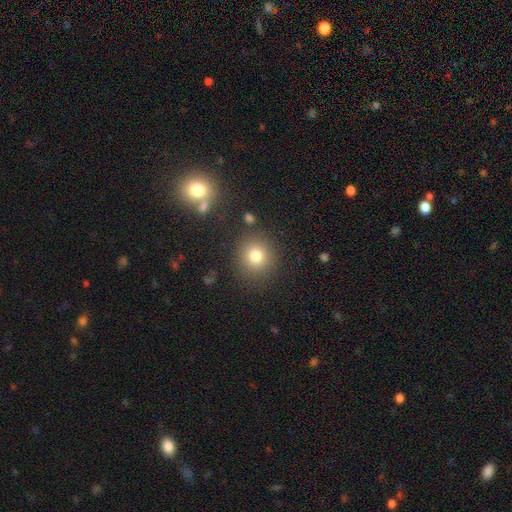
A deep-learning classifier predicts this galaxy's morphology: Smooth or featured? Predicted: smooth (p=0.78). How rounded? Predicted: round (p=0.88). Merging? Predicted: none (p=0.85).